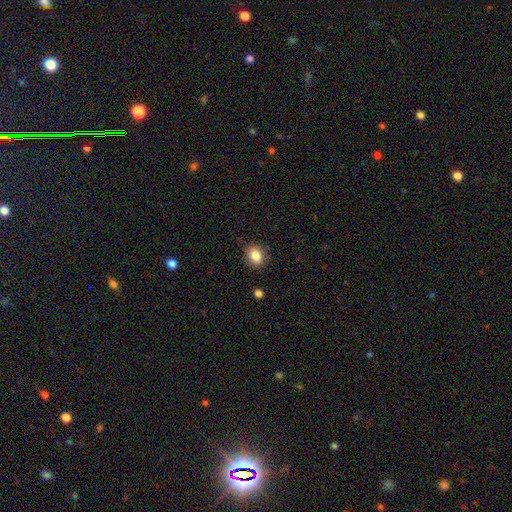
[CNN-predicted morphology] A smooth galaxy with no disk features (85%) that is in between round and cigar-shaped (55%). Merging: none (85%).